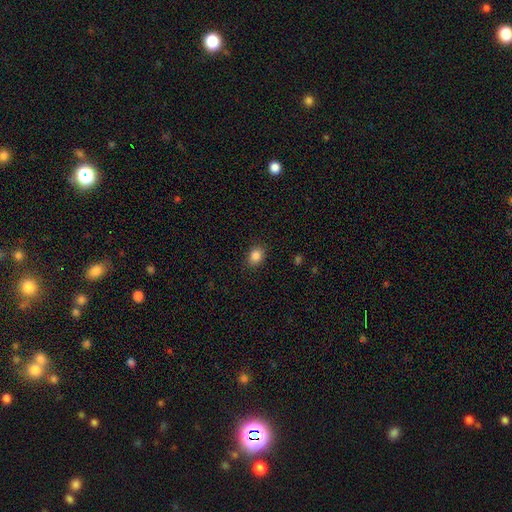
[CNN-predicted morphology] This is clearly a smooth galaxy (85%). How rounded: possibly in between (57%). Merging: clearly none (88%).